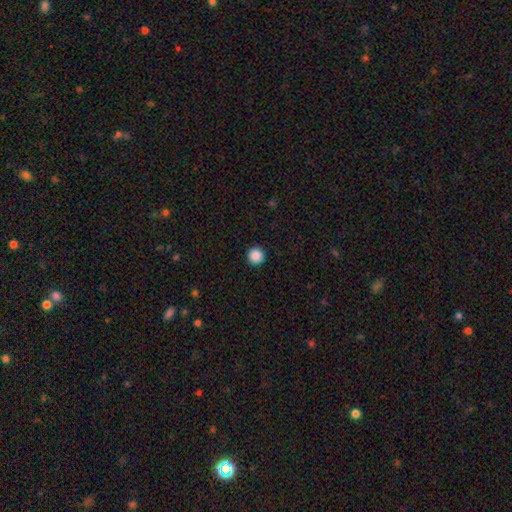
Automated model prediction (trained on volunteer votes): Smooth or featured: smooth — 88% (star or artifact — 9%)
How rounded: round — 96% (in between — 3%)
Merging: none — 94% (minor disturbance — 4%)